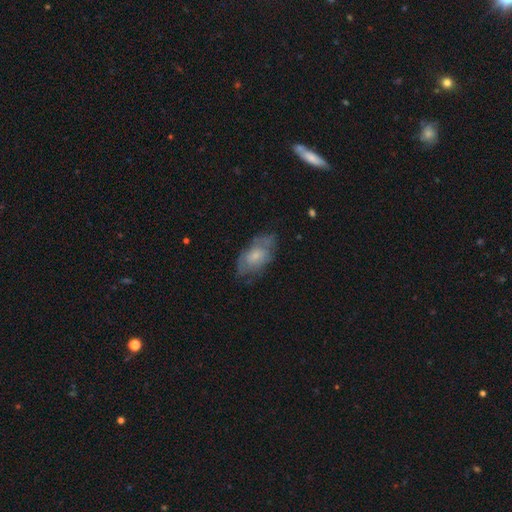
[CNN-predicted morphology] Smooth or featured? Predicted: smooth (p=0.52). How rounded? Predicted: in between (p=0.91). Merging? Predicted: none (p=0.58).